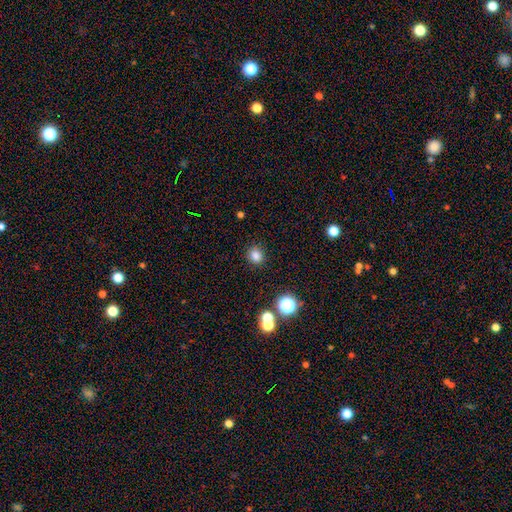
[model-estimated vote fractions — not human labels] smooth-or-featured: smooth: 81% | star or artifact: 14% | featured or disk: 5%
  how-rounded: round: 79% | in between: 20% | cigar-shaped: 1%
  merging: none: 88% | minor disturbance: 7% | merger: 3% | major disturbance: 3%